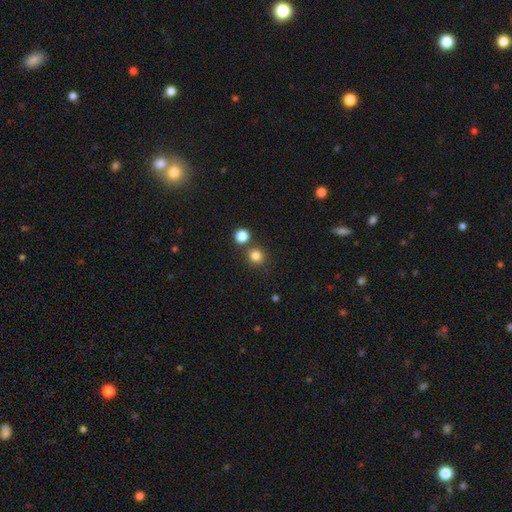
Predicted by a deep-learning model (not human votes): The model was most divided on "merging": none: 77%, merger: 14%, minor disturbance: 7%, major disturbance: 3%. More confident: how rounded — round (90%); smooth or featured — smooth (81%).